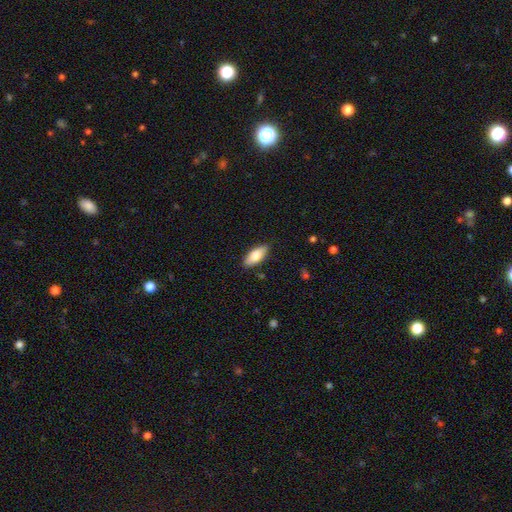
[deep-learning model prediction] smooth 75%, featured or disk 19%, star or artifact 6%. Down the decision tree: how rounded — in between (80%); merging — none (87%).